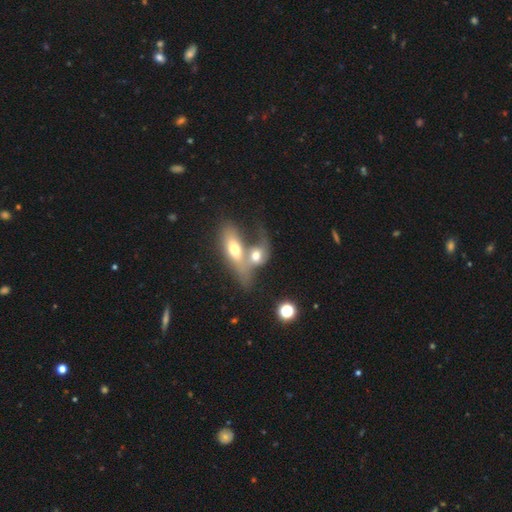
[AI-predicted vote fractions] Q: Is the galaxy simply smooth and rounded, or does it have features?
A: smooth — 51%.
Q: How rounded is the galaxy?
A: in between — 72%.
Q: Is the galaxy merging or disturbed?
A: merger — 78%.